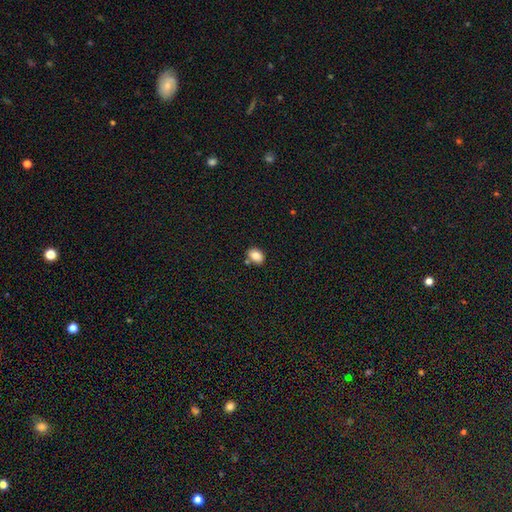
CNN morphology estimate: Q: Smooth or featured?
A: smooth (85%); runner-up: star or artifact (9%)
Q: How rounded?
A: in between (74%); runner-up: round (25%)
Q: Merging?
A: none (74%); runner-up: minor disturbance (14%)